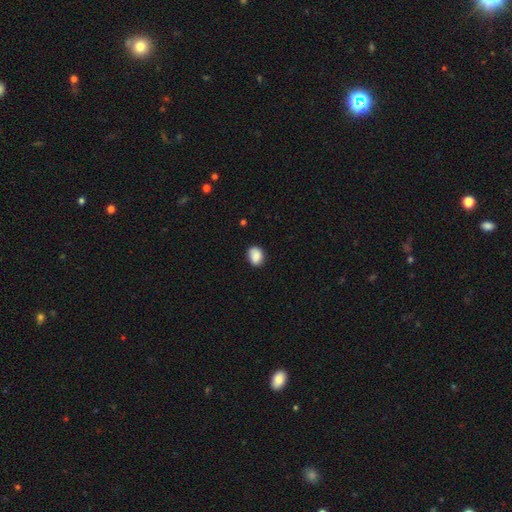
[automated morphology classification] This appears to be a smooth galaxy with no disk features (86%) that is in between round and cigar-shaped (60%). Merging: none (76%).